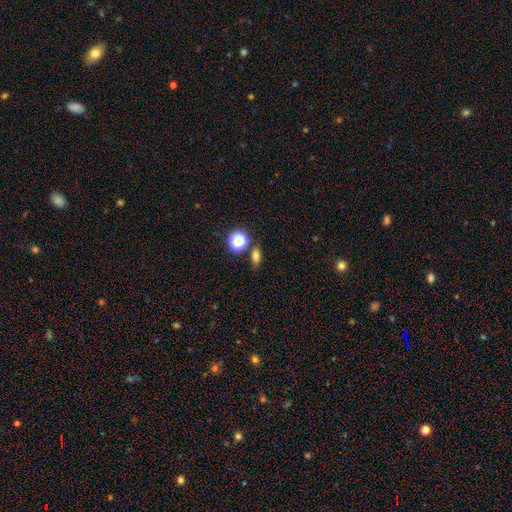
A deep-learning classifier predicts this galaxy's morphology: smooth_or_featured: smooth (p=0.69) [alt: star or artifact p=0.21]
how_rounded: in between (p=0.69) [alt: round p=0.24]
merging: none (p=0.77) [alt: minor disturbance p=0.11]